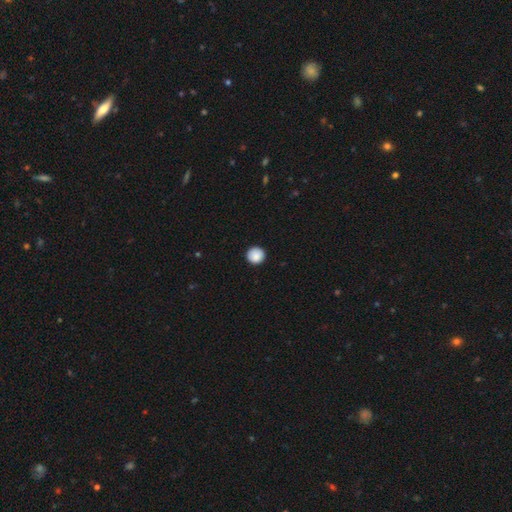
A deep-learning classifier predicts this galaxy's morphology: Overall: smooth (88%). How rounded: round (95%). Merging: none (92%).